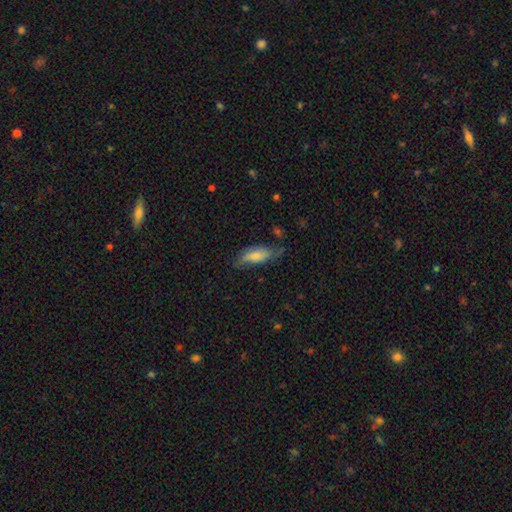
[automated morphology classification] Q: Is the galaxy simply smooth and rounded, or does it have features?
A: smooth — 59%.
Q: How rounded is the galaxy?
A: in between — 70%.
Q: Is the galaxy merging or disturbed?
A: none — 55%.